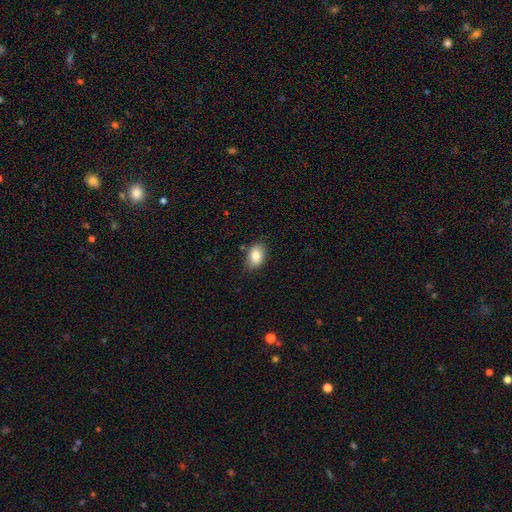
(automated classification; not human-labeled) smooth_or_featured: smooth (p=0.85) [alt: star or artifact p=0.08]
how_rounded: in between (p=0.84) [alt: round p=0.15]
merging: none (p=0.81) [alt: minor disturbance p=0.14]